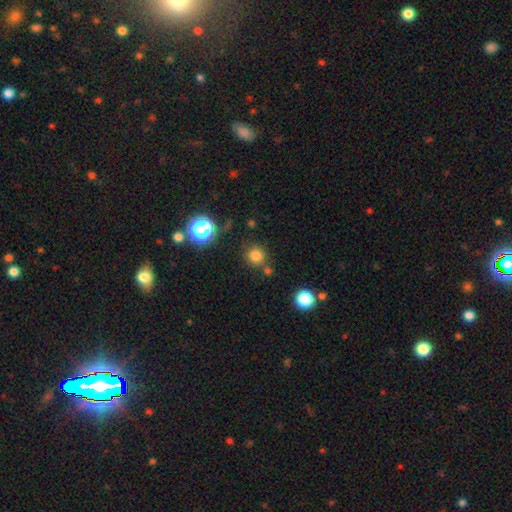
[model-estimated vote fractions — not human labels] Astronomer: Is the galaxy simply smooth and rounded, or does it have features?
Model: smooth — 76%.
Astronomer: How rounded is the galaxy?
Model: round — 92%.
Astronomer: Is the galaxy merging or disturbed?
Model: none — 78%.